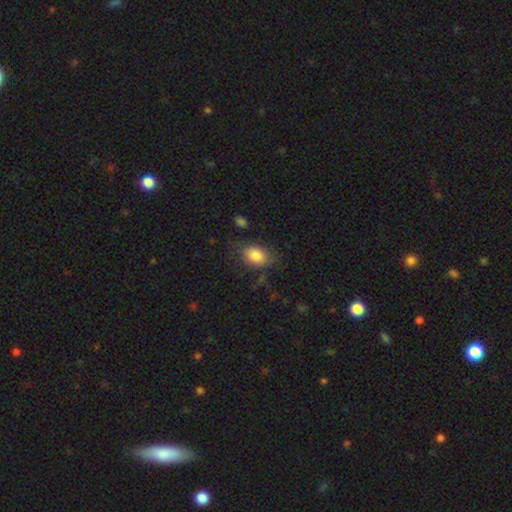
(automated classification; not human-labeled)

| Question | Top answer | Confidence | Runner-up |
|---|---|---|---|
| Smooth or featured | smooth | 82% | featured or disk (9%) |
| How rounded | in between | 78% | round (21%) |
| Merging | none | 69% | minor disturbance (21%) |